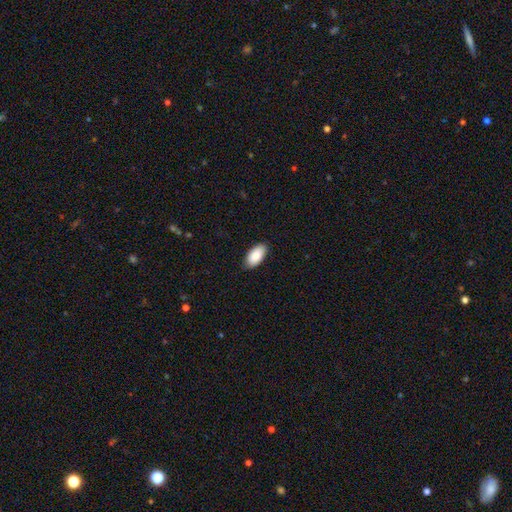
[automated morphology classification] The model was most divided on "merging": none: 85%, minor disturbance: 12%, major disturbance: 2%, merger: 1%. More confident: how rounded — in between (95%); smooth or featured — smooth (89%).